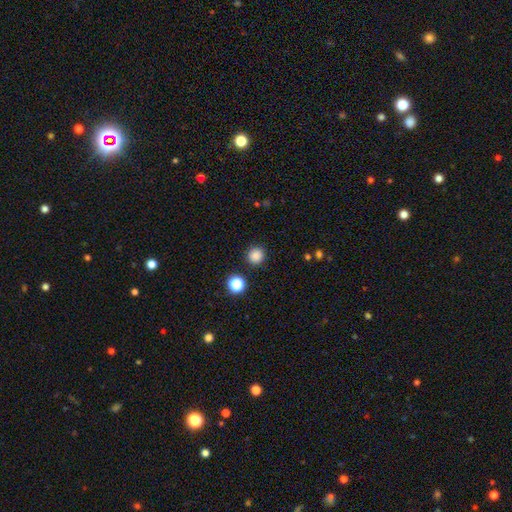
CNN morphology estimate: This appears to be a smooth galaxy with no disk features (85%) that is round (94%). Merging: none (90%).